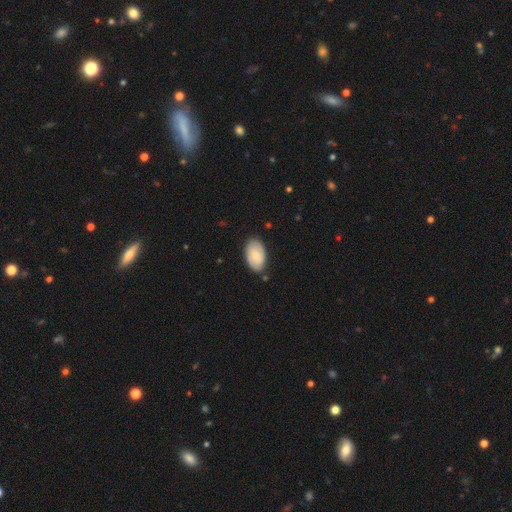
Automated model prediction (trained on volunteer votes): This appears to be a smooth galaxy with no disk features (65%) that is in between round and cigar-shaped (94%). Merging: none (78%).